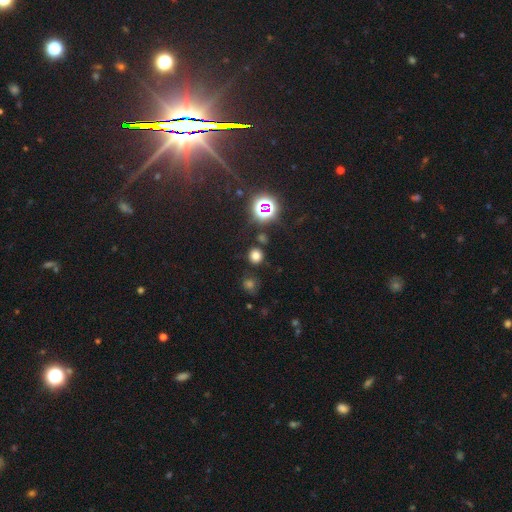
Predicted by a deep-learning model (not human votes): Smooth or featured?
  - smooth: 69% *
  - star or artifact: 25%
  - featured or disk: 6%
How rounded?
  - round: 90% *
  - in between: 9%
  - cigar-shaped: 1%
Merging?
  - none: 85% *
  - minor disturbance: 7%
  - merger: 5%
  - major disturbance: 3%